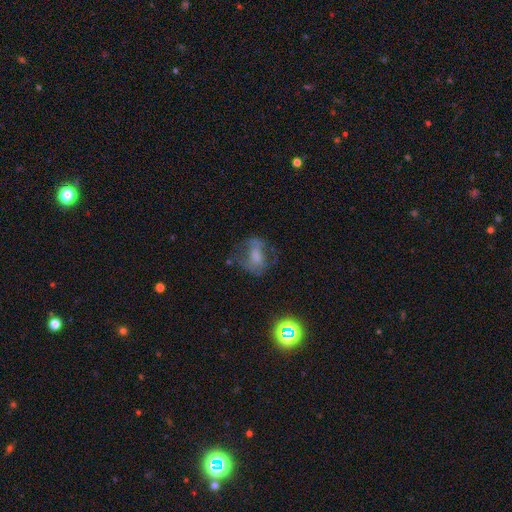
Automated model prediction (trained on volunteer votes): Smooth or featured: featured or disk — 46% (smooth — 40%)
Merging: none — 48% (major disturbance — 27%)